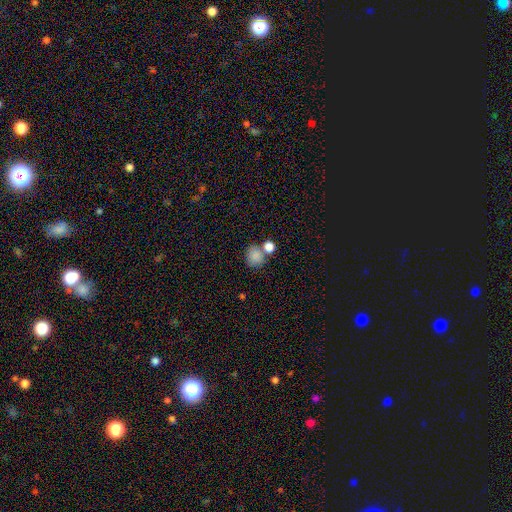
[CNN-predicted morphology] Q: Smooth or featured?
A: smooth (84%); runner-up: star or artifact (10%)
Q: How rounded?
A: round (75%); runner-up: in between (24%)
Q: Merging?
A: none (53%); runner-up: merger (30%)